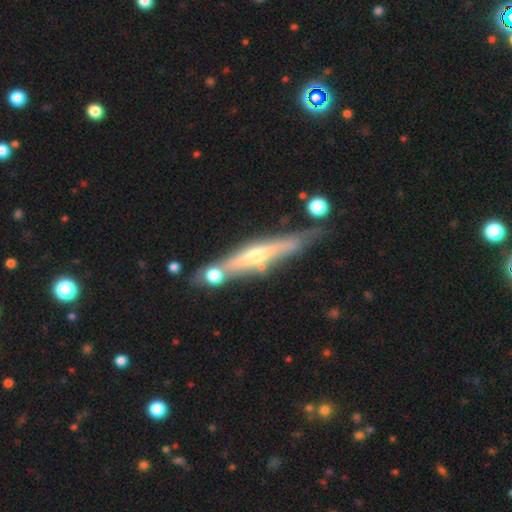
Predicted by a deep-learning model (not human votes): featured or disk 74%, smooth 19%, star or artifact 7%. Down the decision tree: edge-on disk — yes (92%); edge-on bulge — rounded (69%); merging — none (72%).